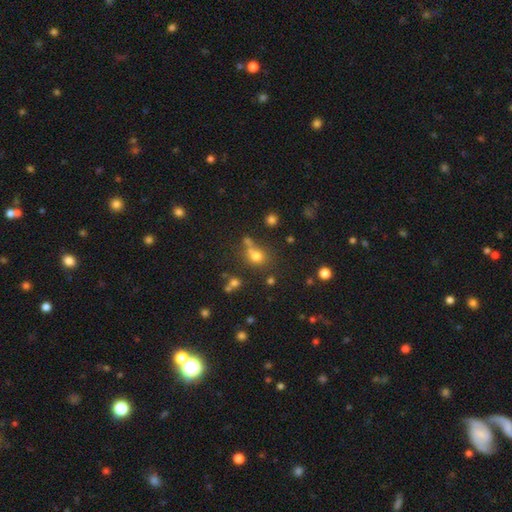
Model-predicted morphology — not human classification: Smooth or featured? smooth (68%)
How rounded? round (73%)
Merging? none (55%)